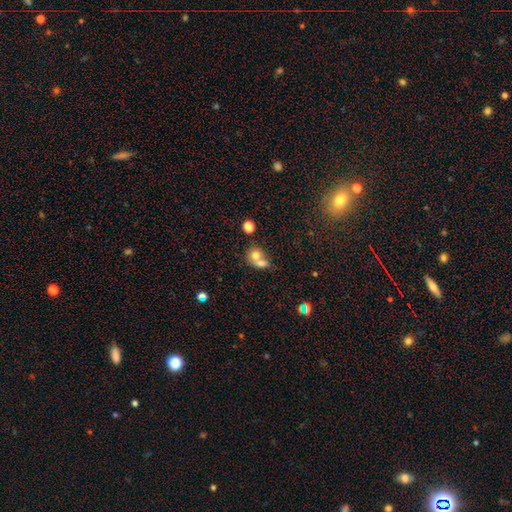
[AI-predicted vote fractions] A smooth galaxy with no disk features (71%) that is round (65%). Merging: merger (65%).